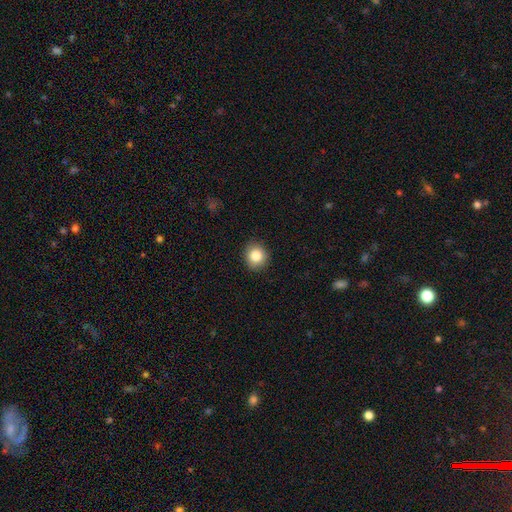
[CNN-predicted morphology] smooth-or-featured: smooth: 84% | star or artifact: 10% | featured or disk: 6%
  how-rounded: round: 83% | in between: 16% | cigar-shaped: 1%
  merging: none: 90% | minor disturbance: 7% | major disturbance: 2% | merger: 1%